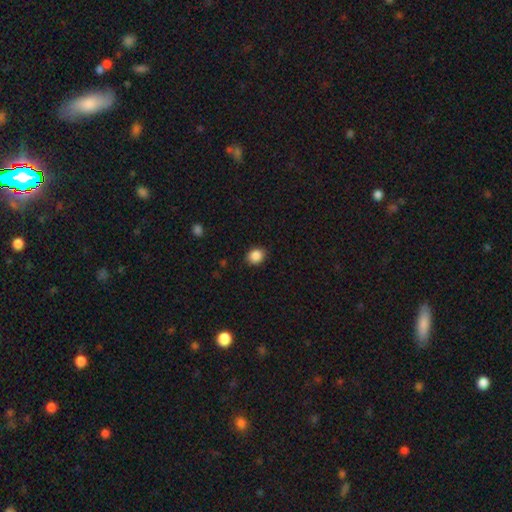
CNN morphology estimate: A smooth galaxy with no disk features (87%) that is round (64%).

Vote fractions:
- Smooth or featured? smooth: 87% / star or artifact: 10% / featured or disk: 3%
- How rounded? round: 64% / in between: 35% / cigar-shaped: 1%
- Merging? none: 87% / minor disturbance: 9% / major disturbance: 2% / merger: 1%